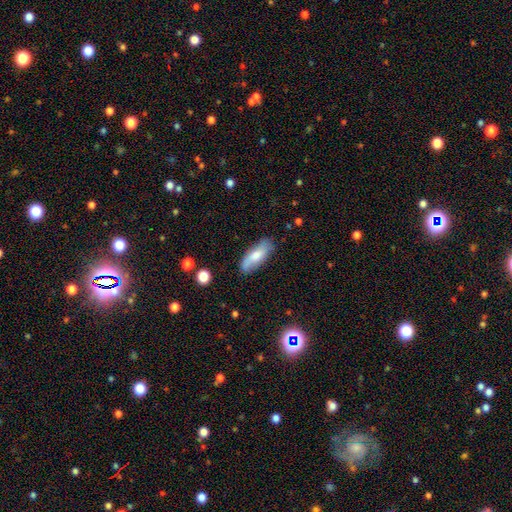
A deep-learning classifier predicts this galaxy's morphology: smooth-or-featured: smooth: 64% | featured or disk: 29% | star or artifact: 6%
  how-rounded: in between: 72% | cigar-shaped: 26% | round: 3%
  merging: none: 74% | minor disturbance: 19% | major disturbance: 4% | merger: 2%